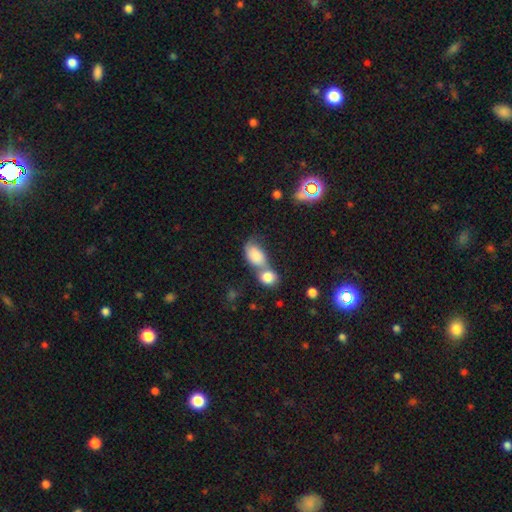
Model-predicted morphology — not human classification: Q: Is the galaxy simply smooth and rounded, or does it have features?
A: smooth — 78%.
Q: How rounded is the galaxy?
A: in between — 82%.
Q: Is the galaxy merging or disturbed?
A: merger — 62%.